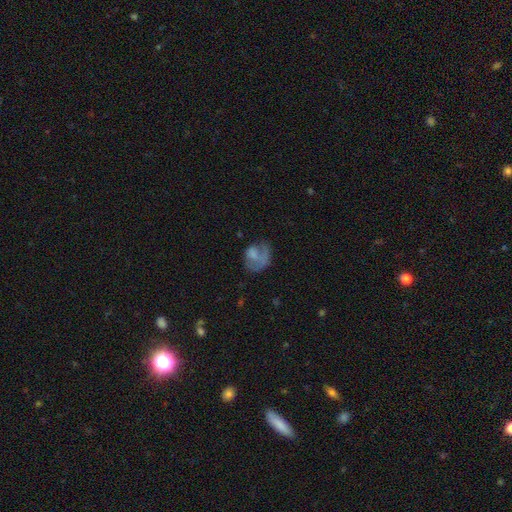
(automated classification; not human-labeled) A smooth galaxy with no disk features (52%) that is round (51%).

Vote fractions:
- Smooth or featured? smooth: 52% / featured or disk: 38% / star or artifact: 10%
- How rounded? round: 51% / in between: 48% / cigar-shaped: 1%
- Merging? major disturbance: 38% / none: 34% / minor disturbance: 24% / merger: 4%